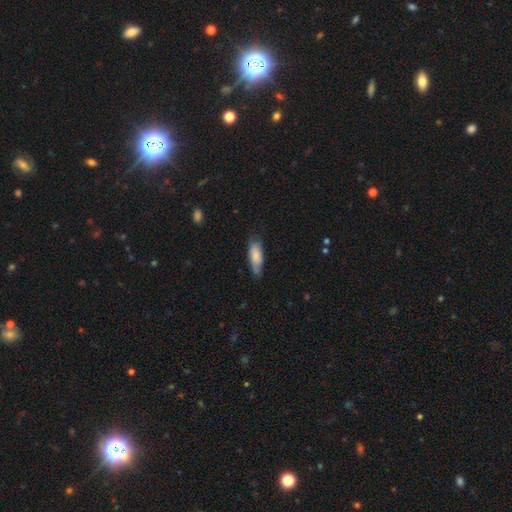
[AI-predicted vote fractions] Q: Smooth or featured?
A: smooth (77%); runner-up: featured or disk (16%)
Q: How rounded?
A: in between (66%); runner-up: cigar-shaped (33%)
Q: Merging?
A: none (59%); runner-up: minor disturbance (32%)